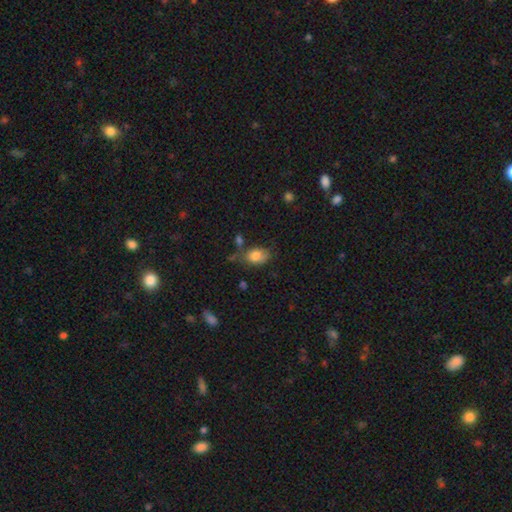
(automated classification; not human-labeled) A smooth galaxy with no disk features (81%) that is in between round and cigar-shaped (82%).

Vote fractions:
- Smooth or featured? smooth: 81% / featured or disk: 10% / star or artifact: 8%
- How rounded? in between: 82% / round: 17% / cigar-shaped: 1%
- Merging? none: 56% / minor disturbance: 27% / major disturbance: 9% / merger: 9%